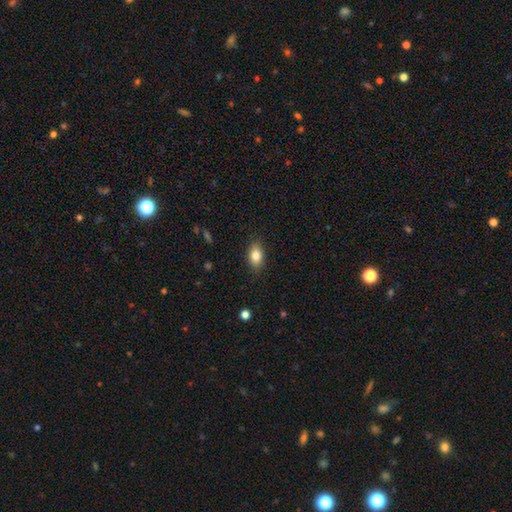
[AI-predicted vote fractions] The model was most divided on "smooth or featured": smooth: 83%, featured or disk: 9%, star or artifact: 8%. More confident: how rounded — in between (86%); merging — none (86%).